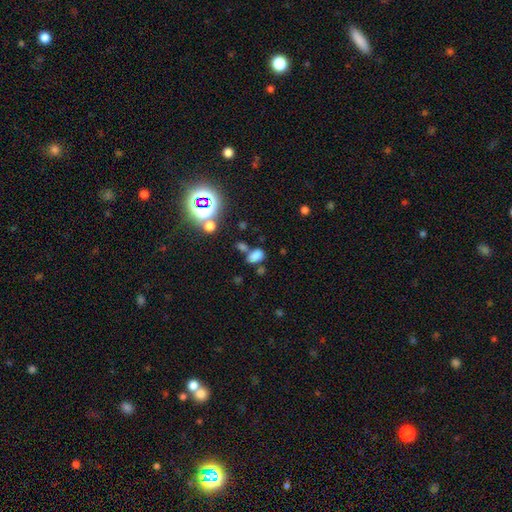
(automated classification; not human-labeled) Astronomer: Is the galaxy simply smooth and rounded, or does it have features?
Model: smooth — 73%.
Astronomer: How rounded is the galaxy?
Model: in between — 86%.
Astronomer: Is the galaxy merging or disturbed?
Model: none — 57%.